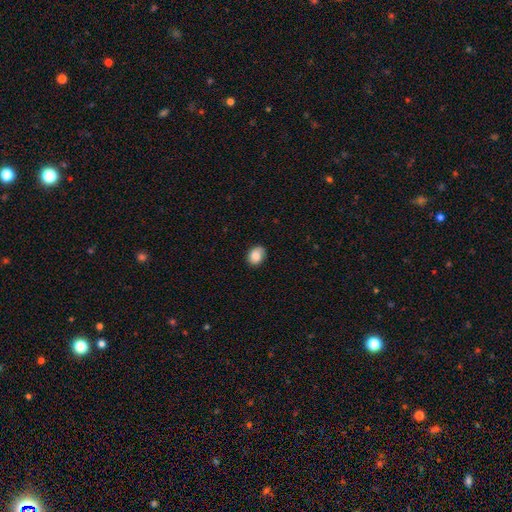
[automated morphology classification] Smooth or featured: smooth — 87% (star or artifact — 8%)
How rounded: in between — 62% (round — 37%)
Merging: none — 83% (minor disturbance — 14%)